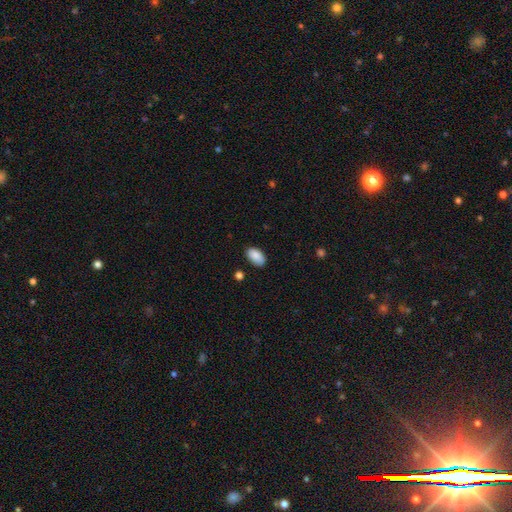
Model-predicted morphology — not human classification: Smooth or featured? Predicted: smooth (p=0.89). How rounded? Predicted: in between (p=0.95). Merging? Predicted: none (p=0.85).